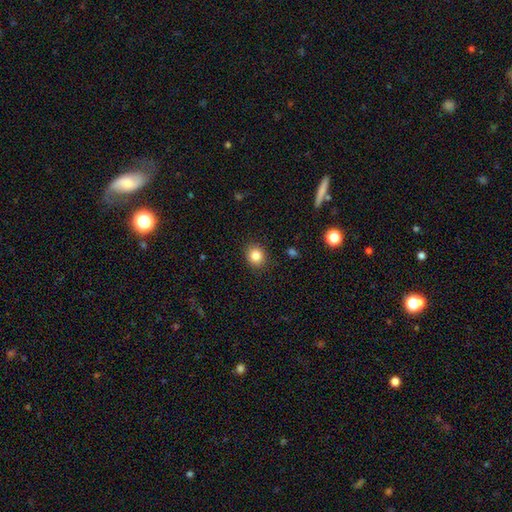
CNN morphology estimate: This is clearly a smooth galaxy (84%). How rounded: likely round (77%). Merging: clearly none (89%).